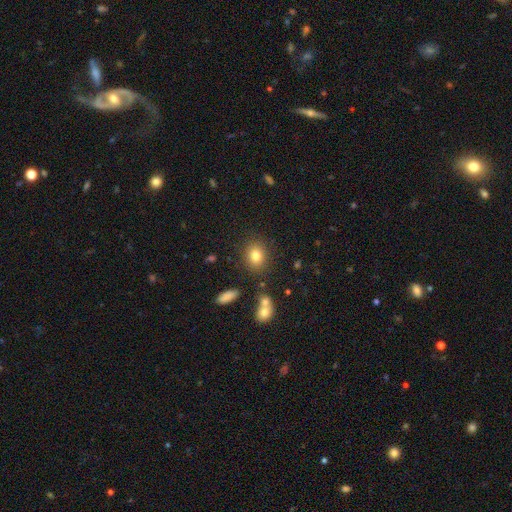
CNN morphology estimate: smooth_or_featured: smooth (p=0.80) [alt: star or artifact p=0.11]
how_rounded: round (p=0.54) [alt: in between p=0.45]
merging: none (p=0.84) [alt: minor disturbance p=0.09]